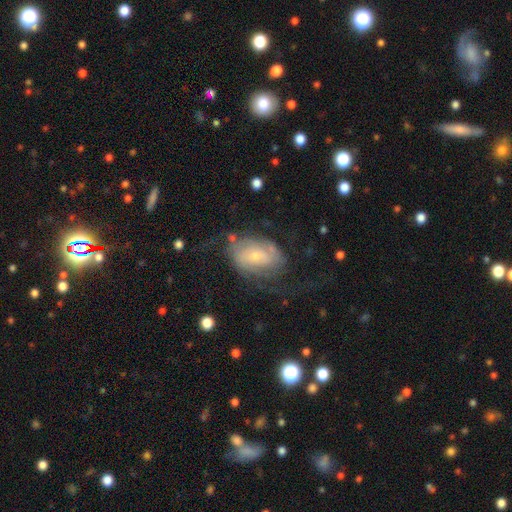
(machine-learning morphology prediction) A featured or disk galaxy (66%) with no bar (63%), spiral arms (77%) and a small central bulge (63%). Merging: none (48%).